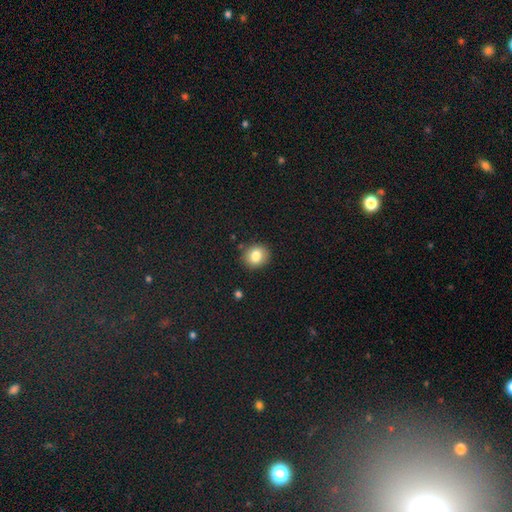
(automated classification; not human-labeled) Q: Smooth or featured?
A: smooth (82%); runner-up: star or artifact (10%)
Q: How rounded?
A: round (78%); runner-up: in between (21%)
Q: Merging?
A: none (88%); runner-up: minor disturbance (8%)